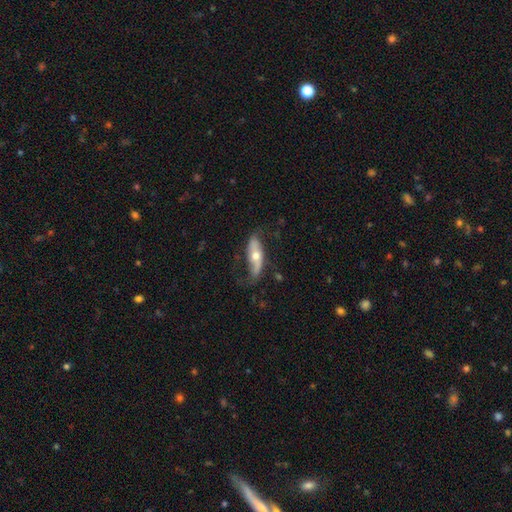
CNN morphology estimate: featured or disk 61%, smooth 34%, star or artifact 6%. Down the decision tree: edge-on disk — no (71%); merging — none (60%).